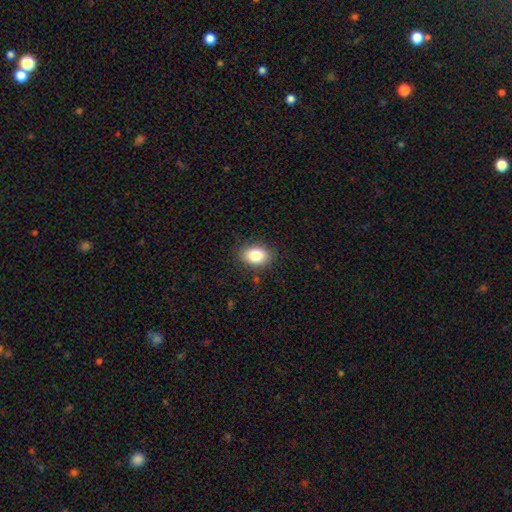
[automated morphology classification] Smooth or featured: smooth — 84% (star or artifact — 9%)
How rounded: in between — 78% (round — 21%)
Merging: none — 85% (minor disturbance — 11%)